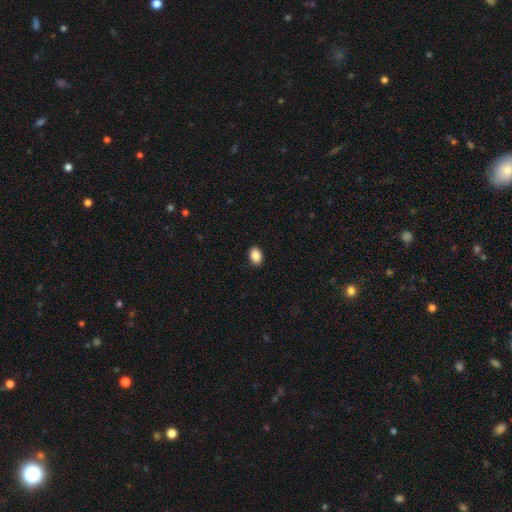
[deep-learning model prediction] smooth_or_featured: smooth (p=0.89) [alt: star or artifact p=0.08]
how_rounded: in between (p=0.84) [alt: round p=0.15]
merging: none (p=0.90) [alt: minor disturbance p=0.07]